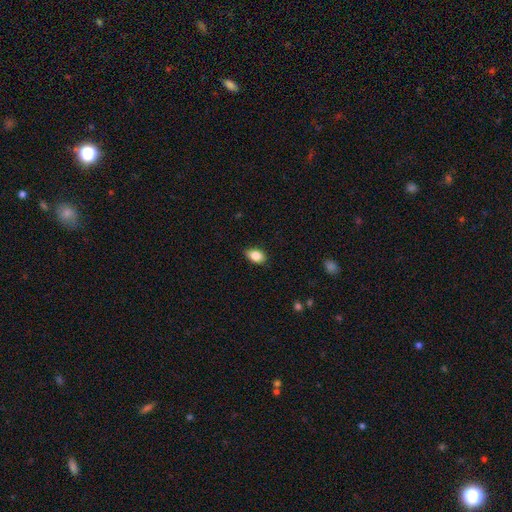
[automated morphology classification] A smooth galaxy with no disk features (85%) that is in between round and cigar-shaped (86%).

Vote fractions:
- Smooth or featured? smooth: 85% / star or artifact: 8% / featured or disk: 7%
- How rounded? in between: 86% / round: 12% / cigar-shaped: 2%
- Merging? none: 84% / minor disturbance: 13% / major disturbance: 2% / merger: 1%